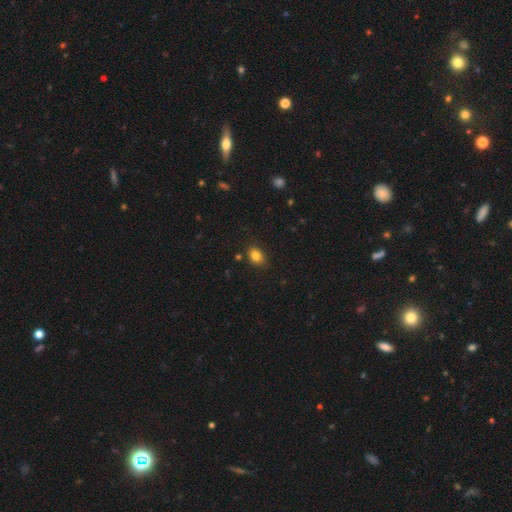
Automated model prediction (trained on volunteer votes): smooth_or_featured: smooth (p=0.83) [alt: star or artifact p=0.11]
how_rounded: in between (p=0.60) [alt: round p=0.39]
merging: none (p=0.83) [alt: minor disturbance p=0.12]